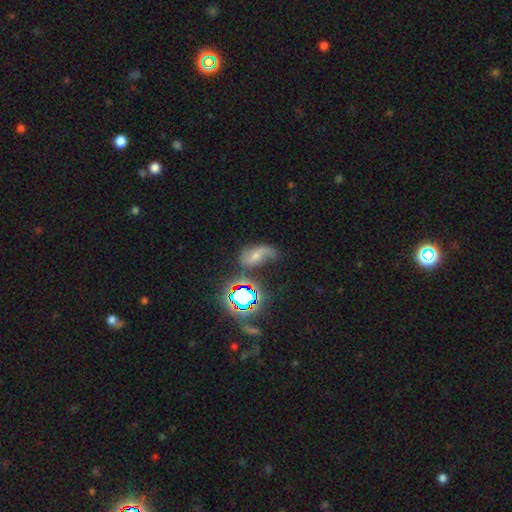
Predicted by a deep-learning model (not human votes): The model was most divided on "bulge size": small: 46%, moderate: 43%, none: 5%, large: 4%, dominant: 2%. Remaining: edge-on disk — no (94%); spiral arms — yes (87%); smooth or featured — featured or disk (54%); merging — none (49%); bar — no (46%).